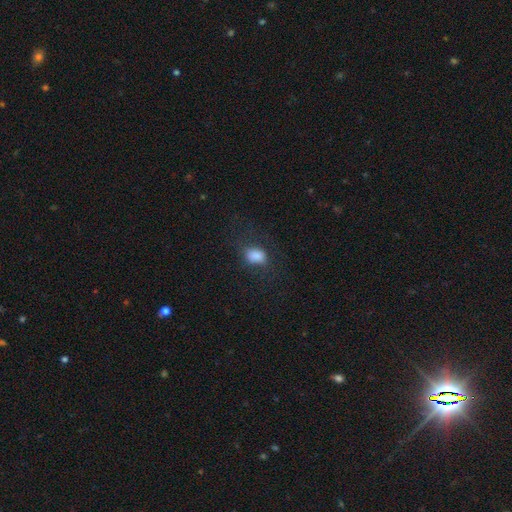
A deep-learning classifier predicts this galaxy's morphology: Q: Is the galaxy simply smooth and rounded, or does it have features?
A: smooth — 80%.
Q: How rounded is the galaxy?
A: in between — 76%.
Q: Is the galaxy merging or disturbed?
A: none — 62%.